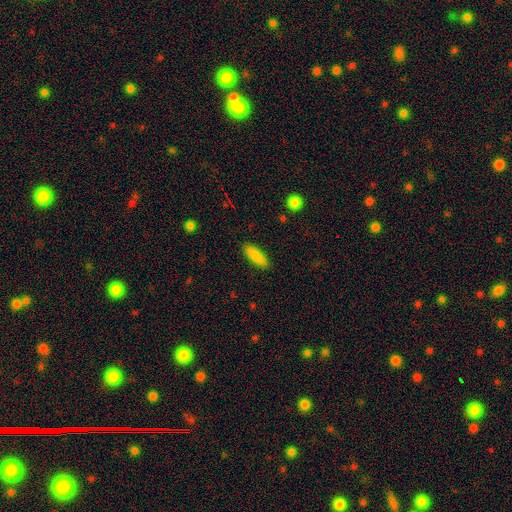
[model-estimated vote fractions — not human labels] Smooth or featured: smooth — 88% (star or artifact — 7%)
How rounded: cigar-shaped — 51% (in between — 47%)
Merging: none — 89% (minor disturbance — 8%)